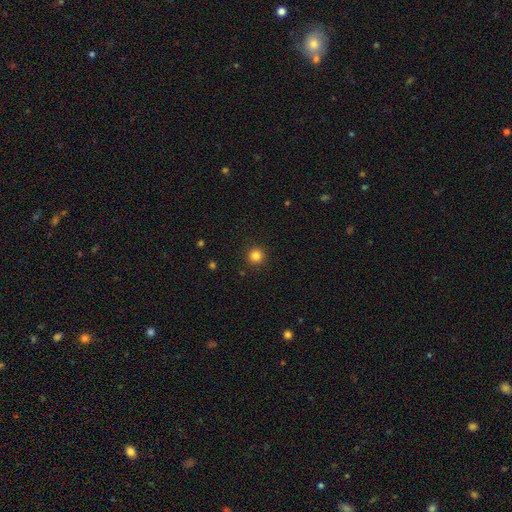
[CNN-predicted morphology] Q: Smooth or featured?
A: smooth (83%); runner-up: star or artifact (12%)
Q: How rounded?
A: round (95%); runner-up: in between (4%)
Q: Merging?
A: none (92%); runner-up: minor disturbance (5%)